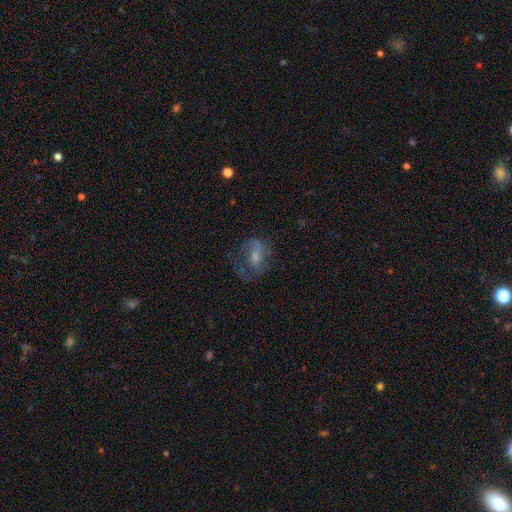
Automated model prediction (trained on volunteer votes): This appears to be a featured or disk galaxy (52%) with no bar (53%), spiral arms (62%) and a moderate central bulge (41%). Merging: none (41%).